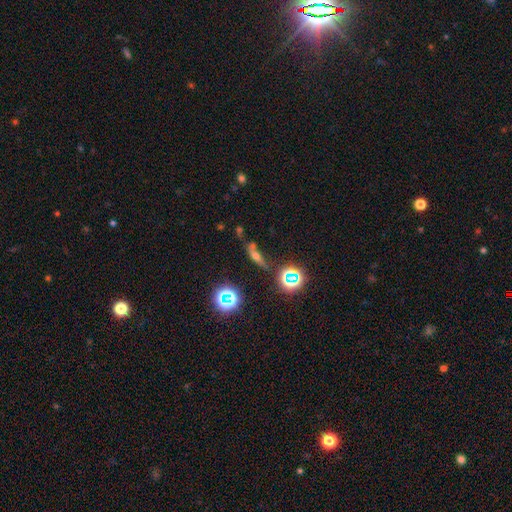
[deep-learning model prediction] Morphology: type=smooth (42%); merging=none (57%).